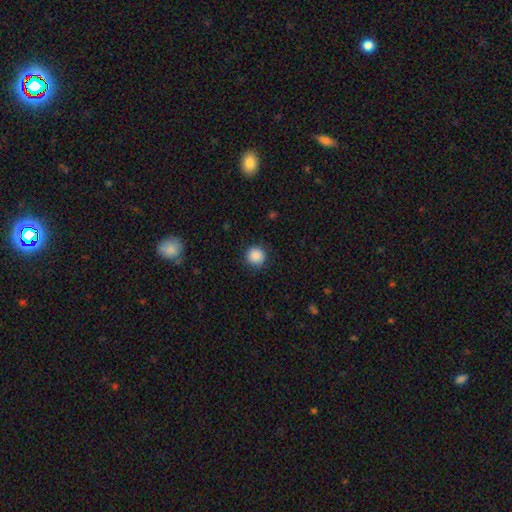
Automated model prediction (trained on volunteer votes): Smooth or featured?
  - smooth: 88% *
  - star or artifact: 9%
  - featured or disk: 3%
How rounded?
  - round: 95% *
  - in between: 4%
  - cigar-shaped: 1%
Merging?
  - none: 90% *
  - minor disturbance: 7%
  - major disturbance: 2%
  - merger: 1%